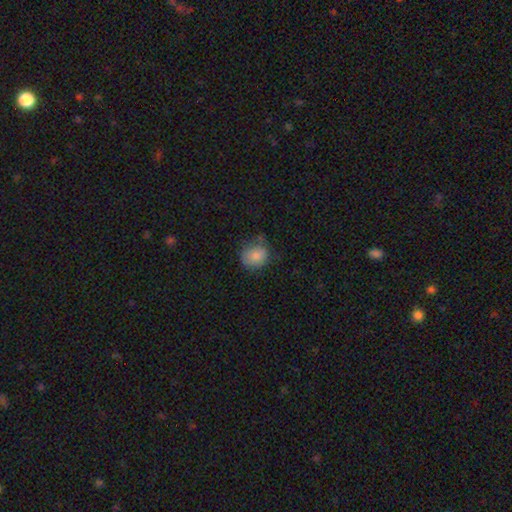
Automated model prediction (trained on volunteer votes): The model was most divided on "merging": none: 61%, minor disturbance: 28%, major disturbance: 8%, merger: 3%. More confident: smooth or featured — smooth (81%); how rounded — round (74%).